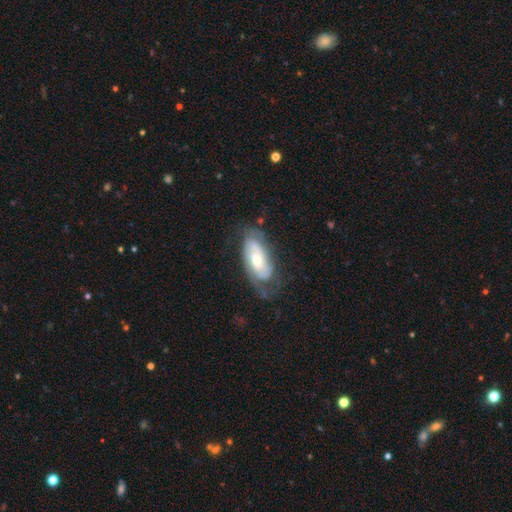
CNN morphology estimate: This appears to be a featured or disk galaxy (69%) with no bar (62%), 2 (51%) tight (51%) spiral arms (82%) and a moderate central bulge (55%). Merging: none (63%).